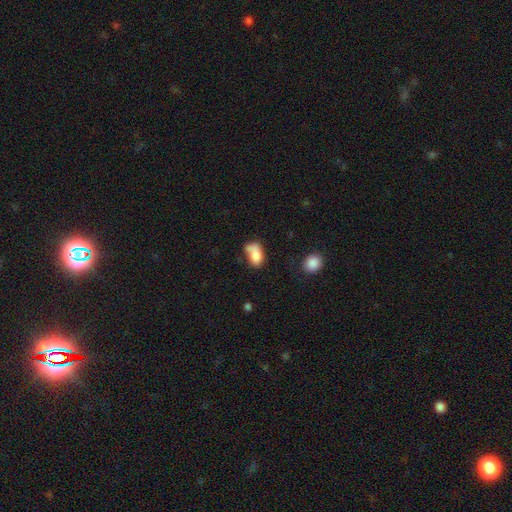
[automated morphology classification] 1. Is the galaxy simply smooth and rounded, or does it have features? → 78% smooth, 13% featured or disk, 9% star or artifact.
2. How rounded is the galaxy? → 85% in between, 12% round, 2% cigar-shaped.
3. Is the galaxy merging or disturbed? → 32% none, 27% merger, 26% minor disturbance, 15% major disturbance.